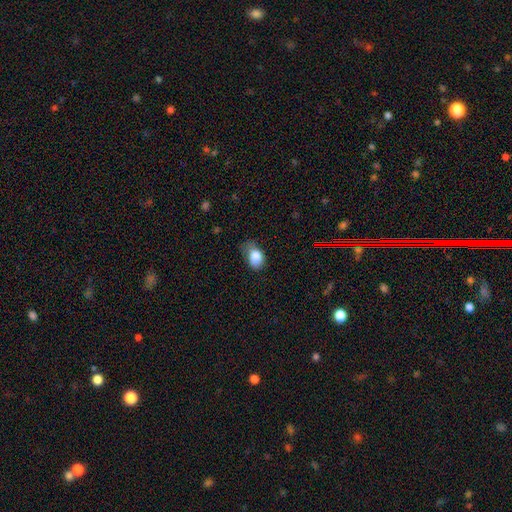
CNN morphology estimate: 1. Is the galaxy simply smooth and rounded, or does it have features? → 82% smooth, 9% featured or disk, 9% star or artifact.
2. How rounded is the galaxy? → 79% in between, 20% round, 1% cigar-shaped.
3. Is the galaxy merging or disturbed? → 41% minor disturbance, 37% none, 19% major disturbance, 2% merger.